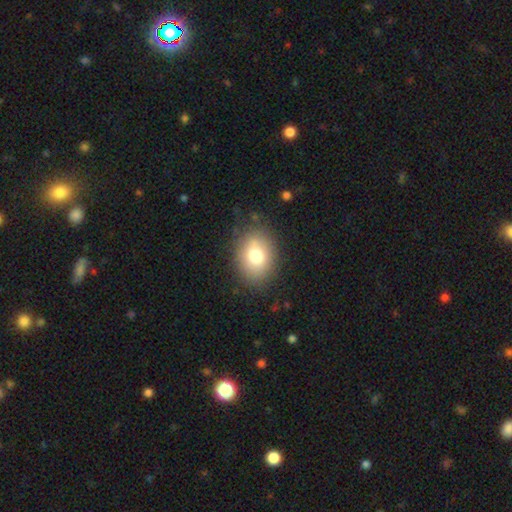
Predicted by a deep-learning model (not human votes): Smooth or featured?
  - smooth: 77% *
  - featured or disk: 13%
  - star or artifact: 10%
How rounded?
  - in between: 62% *
  - round: 37%
  - cigar-shaped: 1%
Merging?
  - none: 81% *
  - minor disturbance: 13%
  - major disturbance: 4%
  - merger: 2%